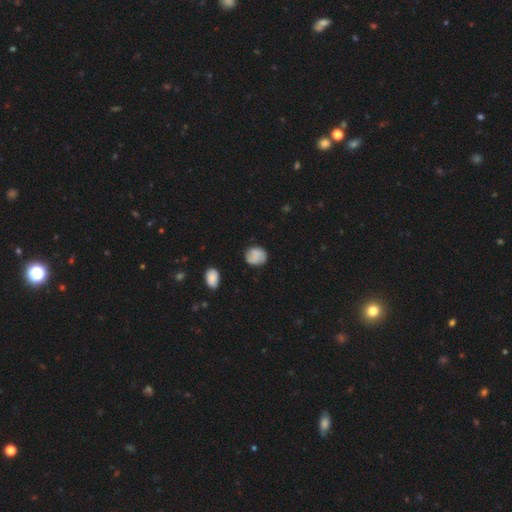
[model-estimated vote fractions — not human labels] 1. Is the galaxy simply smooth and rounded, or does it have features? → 63% smooth, 28% featured or disk, 9% star or artifact.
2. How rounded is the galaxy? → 63% round, 36% in between, 1% cigar-shaped.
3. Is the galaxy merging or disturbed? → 75% none, 18% minor disturbance, 4% major disturbance, 2% merger.